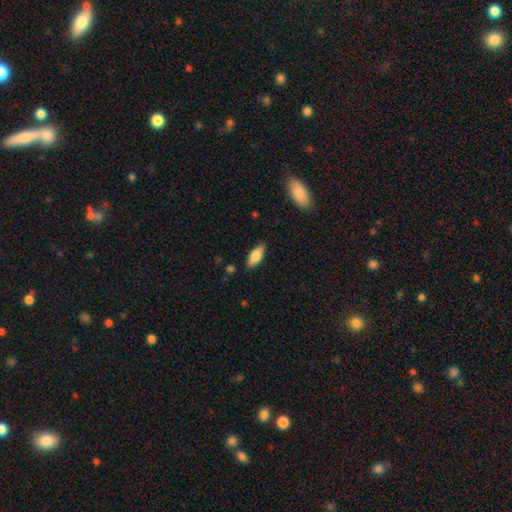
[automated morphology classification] A smooth galaxy with no disk features (75%) that is in between round and cigar-shaped (77%). Merging: none (85%).